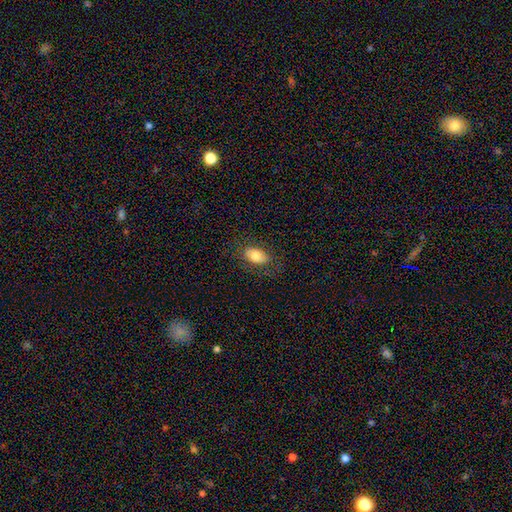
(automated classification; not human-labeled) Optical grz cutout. It shows a smooth galaxy with no disk features (78%) that is in between round and cigar-shaped (90%). Merging: none (78%).